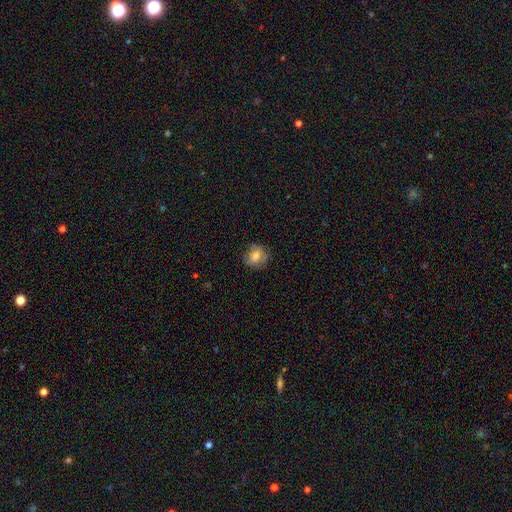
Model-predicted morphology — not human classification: This is likely a smooth galaxy (75%). How rounded: likely round (73%). Merging: likely none (77%).